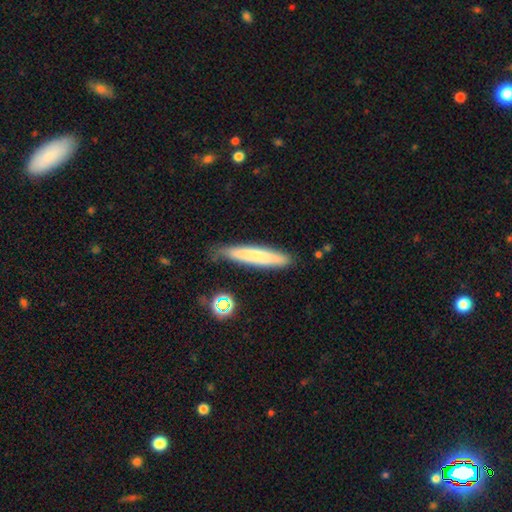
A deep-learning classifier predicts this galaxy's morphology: Smooth or featured?
  - smooth: 68% *
  - featured or disk: 25%
  - star or artifact: 7%
How rounded?
  - cigar-shaped: 92% *
  - in between: 7%
  - round: 1%
Merging?
  - none: 78% *
  - minor disturbance: 17%
  - major disturbance: 3%
  - merger: 2%